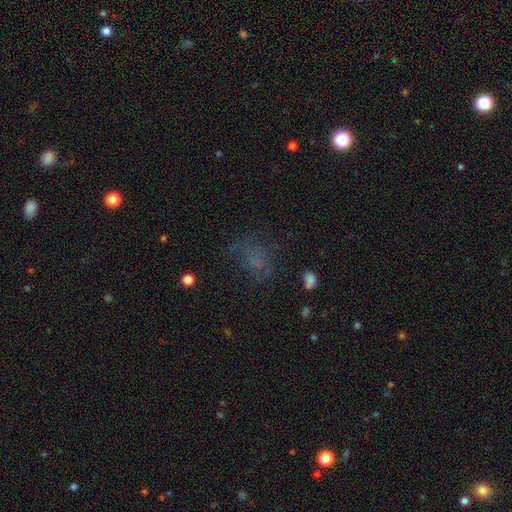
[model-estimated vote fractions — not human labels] Q: Smooth or featured?
A: smooth (48%); runner-up: star or artifact (33%)
Q: Merging?
A: none (58%); runner-up: major disturbance (20%)